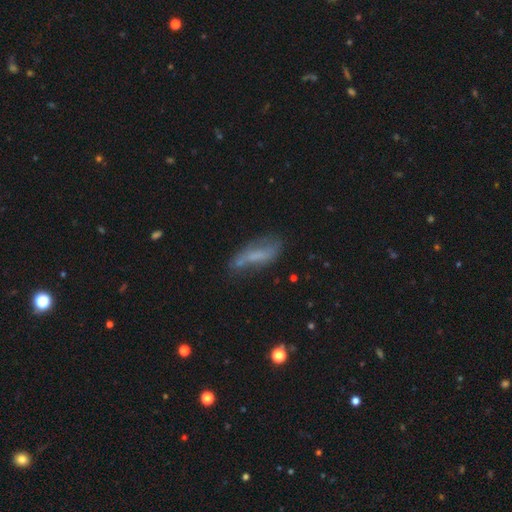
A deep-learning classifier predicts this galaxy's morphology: This is possibly a smooth galaxy (50%). Merging: possibly none (45%).